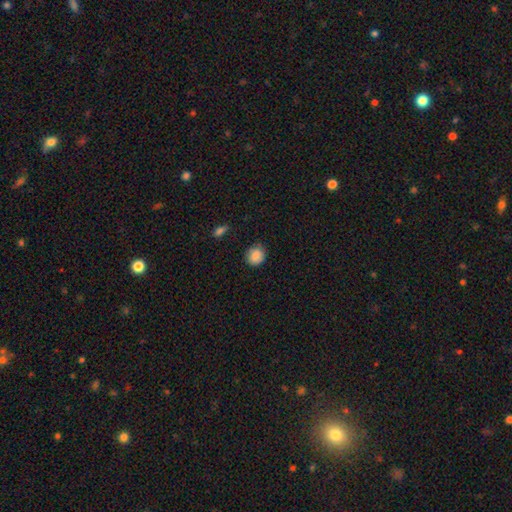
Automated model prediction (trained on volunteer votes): The model was most divided on "how rounded": round: 79%, in between: 20%, cigar-shaped: 1%. More confident: smooth or featured — smooth (86%); merging — none (84%).